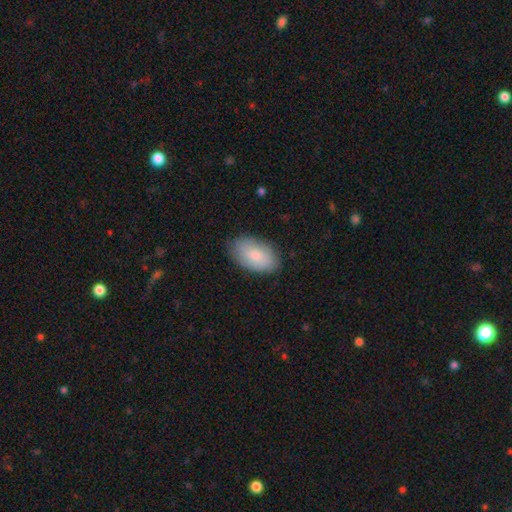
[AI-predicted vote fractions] Smooth or featured? Predicted: smooth (p=0.80). How rounded? Predicted: in between (p=0.95). Merging? Predicted: none (p=0.81).